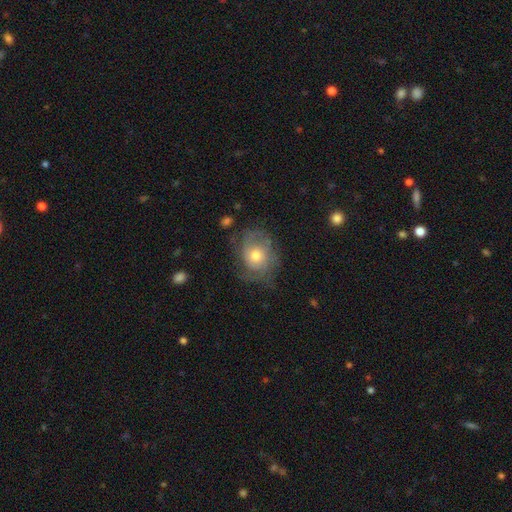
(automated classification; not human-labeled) Morphology: type=featured or disk (62%); edge-on=no (97%); bar=no (83%); spiral arms=yes (80%); bulge=moderate (67%); merging=none (60%).